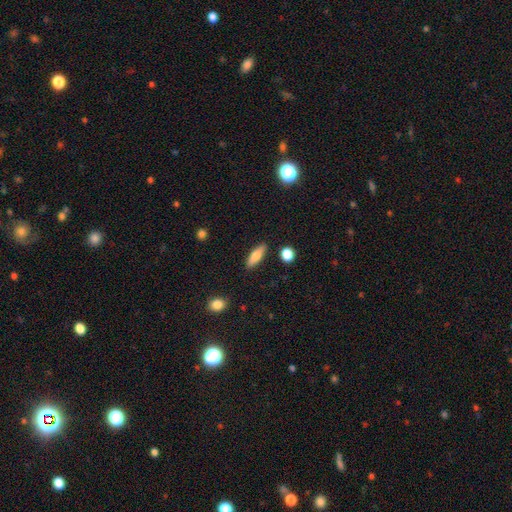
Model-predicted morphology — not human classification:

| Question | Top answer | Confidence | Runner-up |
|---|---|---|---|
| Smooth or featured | smooth | 73% | featured or disk (20%) |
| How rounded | in between | 49% | cigar-shaped (48%) |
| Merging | none | 87% | minor disturbance (9%) |